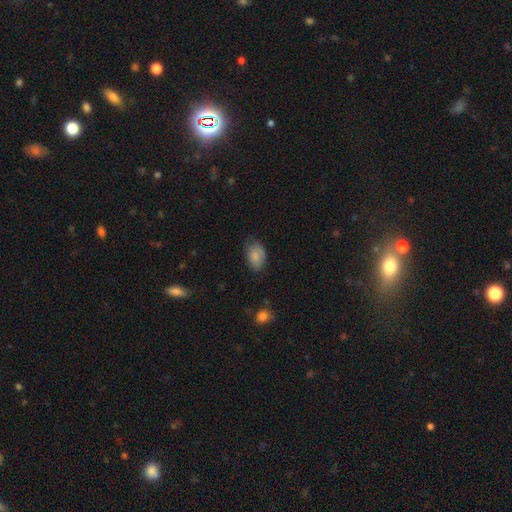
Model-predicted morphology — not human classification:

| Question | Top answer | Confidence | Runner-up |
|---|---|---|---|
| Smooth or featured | smooth | 83% | featured or disk (9%) |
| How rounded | in between | 88% | round (11%) |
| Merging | none | 67% | minor disturbance (26%) |